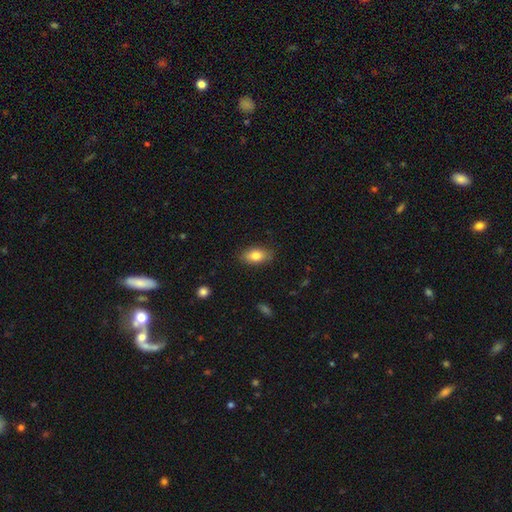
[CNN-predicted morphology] smooth 80%, featured or disk 12%, star or artifact 8%. Down the decision tree: how rounded — in between (87%); merging — none (84%).